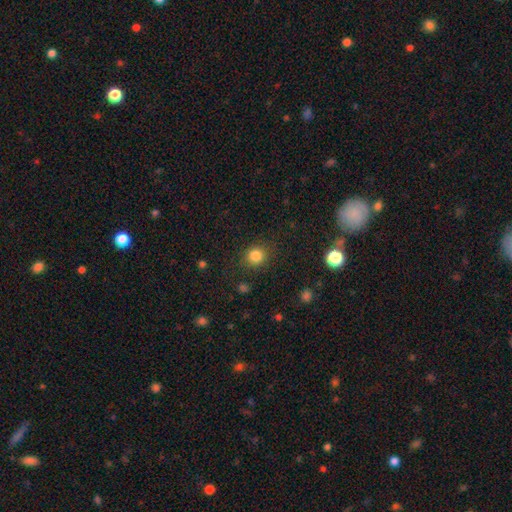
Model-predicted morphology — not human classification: Smooth or featured? smooth (83%)
How rounded? round (82%)
Merging? none (84%)